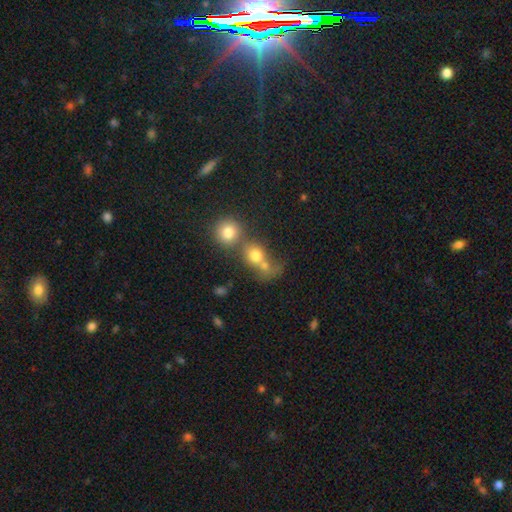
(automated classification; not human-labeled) This is likely a smooth galaxy (70%). How rounded: likely round (73%). Merging: possibly merger (54%).